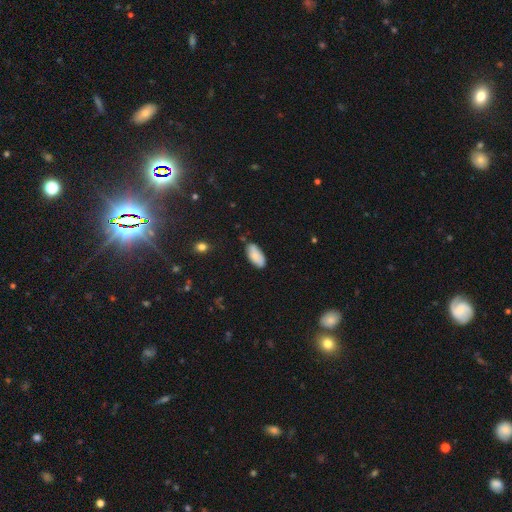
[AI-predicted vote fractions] A smooth galaxy with no disk features (81%) that is in between round and cigar-shaped (91%).

Vote fractions:
- Smooth or featured? smooth: 81% / featured or disk: 13% / star or artifact: 7%
- How rounded? in between: 91% / cigar-shaped: 7% / round: 2%
- Merging? none: 77% / minor disturbance: 18% / major disturbance: 3% / merger: 2%